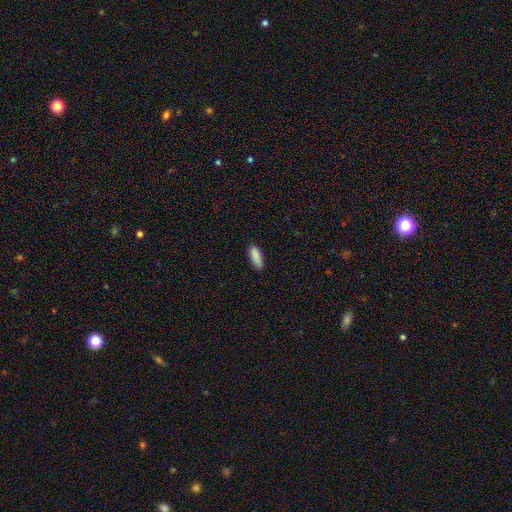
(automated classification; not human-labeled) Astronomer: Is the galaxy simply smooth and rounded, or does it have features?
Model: smooth — 89%.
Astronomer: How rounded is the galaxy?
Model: in between — 63%.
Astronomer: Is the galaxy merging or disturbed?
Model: none — 84%.